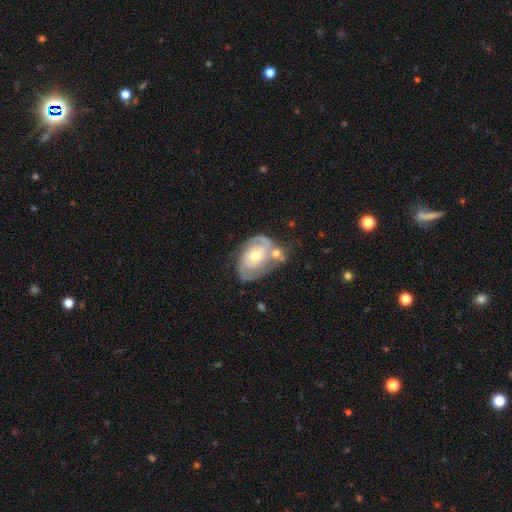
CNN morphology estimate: Smooth or featured? Predicted: featured or disk (p=0.79). Edge-on disk? Predicted: no (p=0.97). Bar? Predicted: no (p=0.74). Spiral arms? Predicted: yes (p=0.88). Spiral winding? Predicted: tight (p=0.54). Spiral arm count? Predicted: 2 (p=0.67). Bulge size? Predicted: moderate (p=0.69). Merging? Predicted: none (p=0.46).